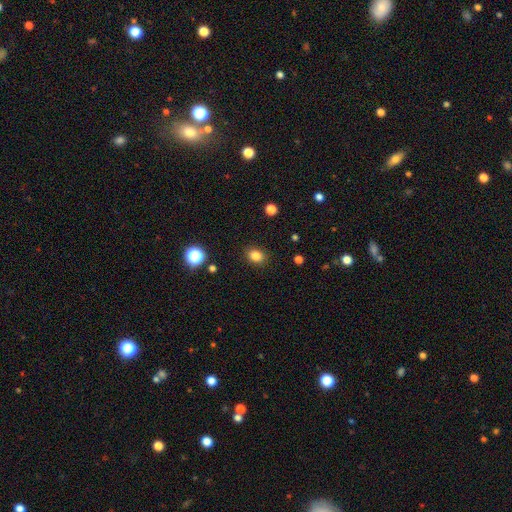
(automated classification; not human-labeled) Smooth or featured: smooth — 83% (star or artifact — 12%)
How rounded: in between — 50% (round — 49%)
Merging: none — 89% (minor disturbance — 7%)